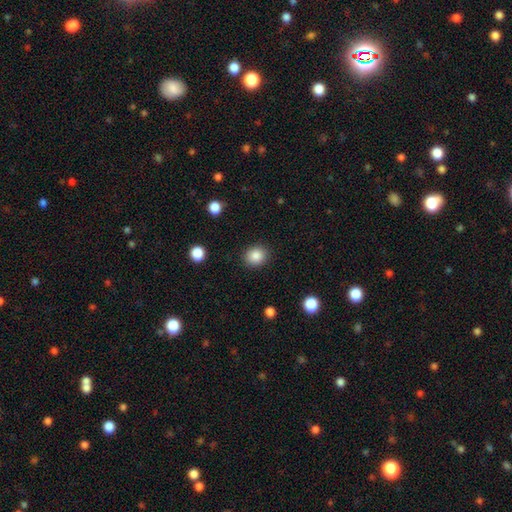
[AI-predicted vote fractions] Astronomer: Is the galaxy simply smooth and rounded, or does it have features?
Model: smooth — 86%.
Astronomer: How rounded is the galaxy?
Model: round — 71%.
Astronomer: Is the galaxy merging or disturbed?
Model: none — 89%.